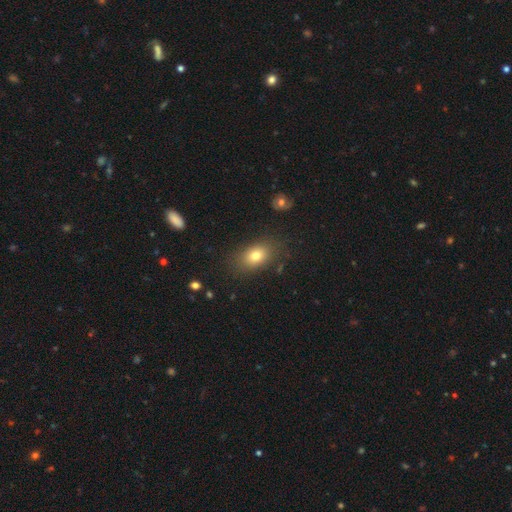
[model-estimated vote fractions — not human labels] smooth 77%, featured or disk 12%, star or artifact 11%. Down the decision tree: how rounded — in between (78%); merging — none (80%).